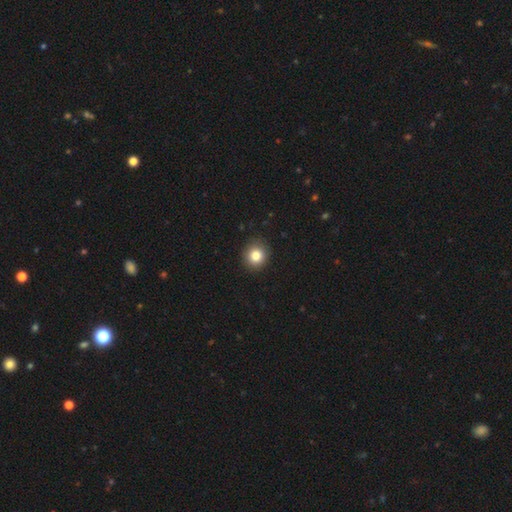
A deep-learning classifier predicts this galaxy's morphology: A smooth galaxy with no disk features (83%) that is round (88%). Merging: none (91%).